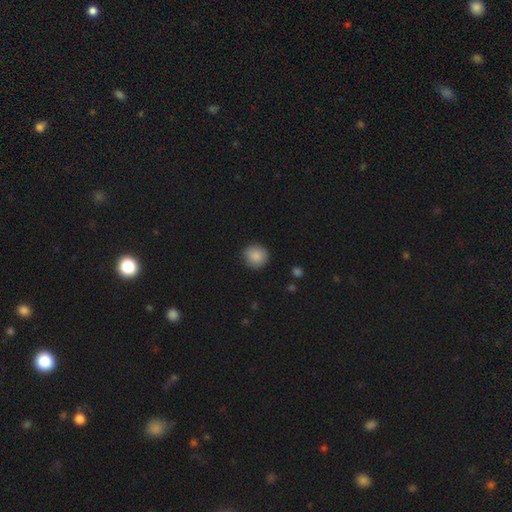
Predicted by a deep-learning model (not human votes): smooth_or_featured: smooth (p=0.87) [alt: star or artifact p=0.08]
how_rounded: round (p=0.91) [alt: in between p=0.08]
merging: none (p=0.86) [alt: minor disturbance p=0.10]